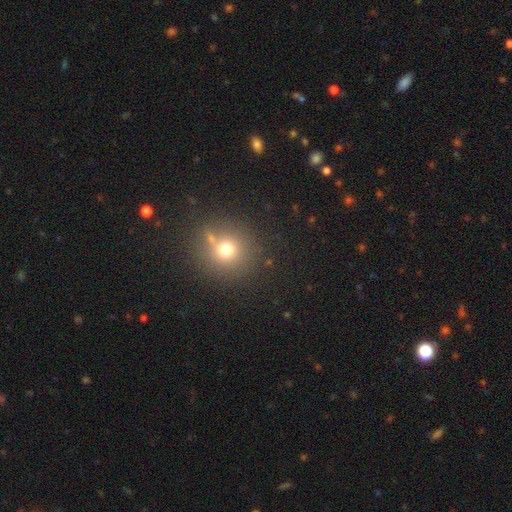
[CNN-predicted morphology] This appears to be a smooth galaxy with no disk features (60%) that is round (86%). Merging: none (90%).